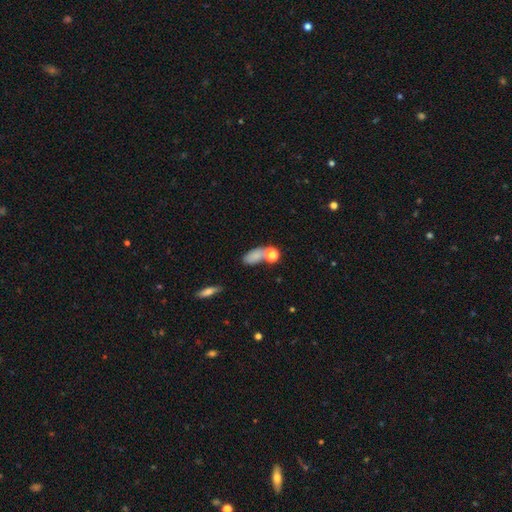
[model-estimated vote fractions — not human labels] This is likely a smooth galaxy (78%). How rounded: likely in between (80%). Merging: possibly none (45%).